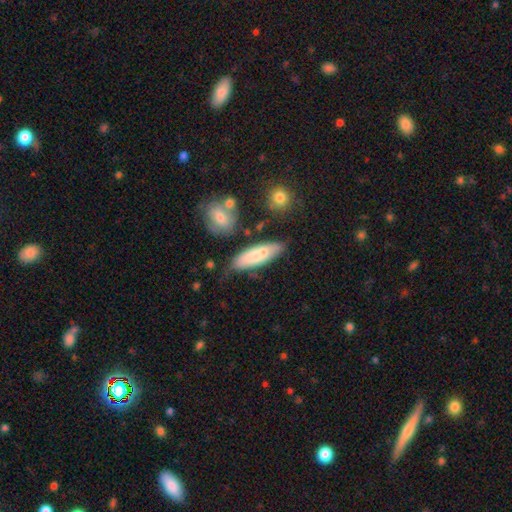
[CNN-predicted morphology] Smooth or featured: smooth — 72% (featured or disk — 22%)
How rounded: in between — 56% (cigar-shaped — 41%)
Merging: none — 66% (minor disturbance — 20%)